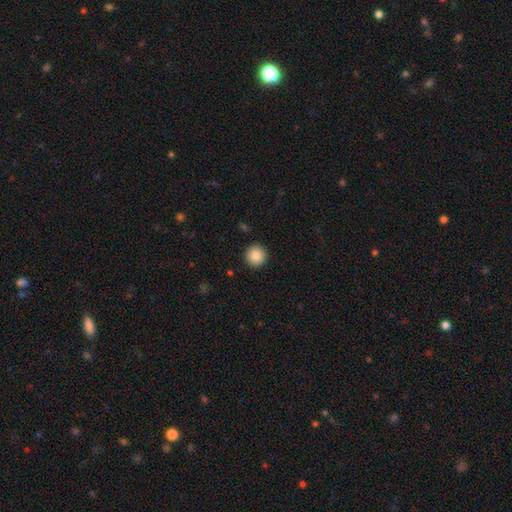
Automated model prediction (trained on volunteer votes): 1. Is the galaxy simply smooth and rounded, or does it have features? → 87% smooth, 8% star or artifact, 5% featured or disk.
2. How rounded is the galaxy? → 95% round, 4% in between, 1% cigar-shaped.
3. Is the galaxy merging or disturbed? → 93% none, 5% minor disturbance, 2% major disturbance, 1% merger.